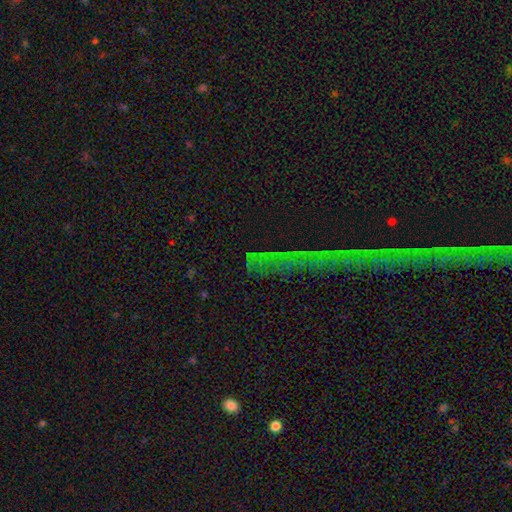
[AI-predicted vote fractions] smooth-or-featured: star or artifact: 72% | smooth: 15% | featured or disk: 12%